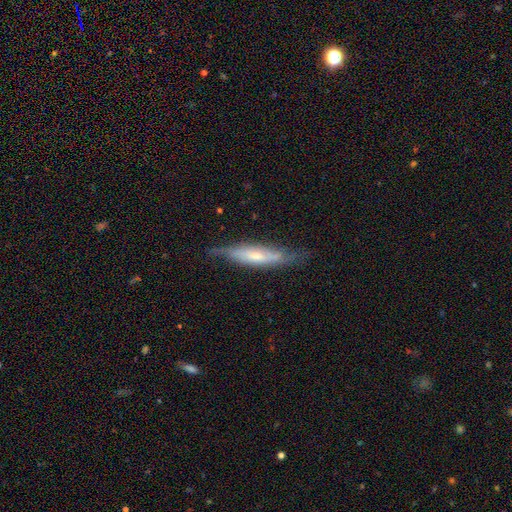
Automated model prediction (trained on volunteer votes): The model was most divided on "smooth or featured": featured or disk: 59%, smooth: 34%, star or artifact: 6%. More confident: merging — none (69%); edge-on disk — yes (68%).